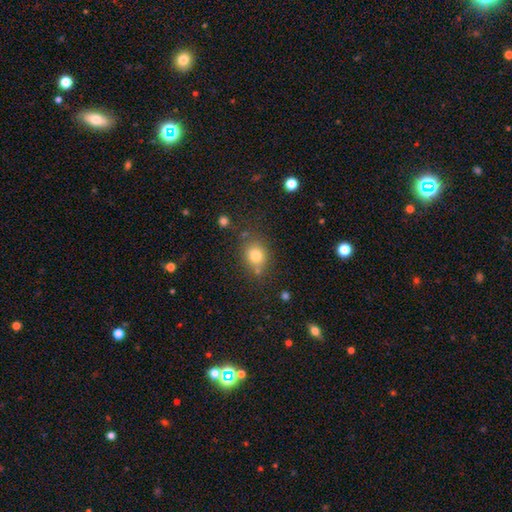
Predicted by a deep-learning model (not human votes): Smooth or featured? smooth (78%)
How rounded? round (60%)
Merging? none (69%)